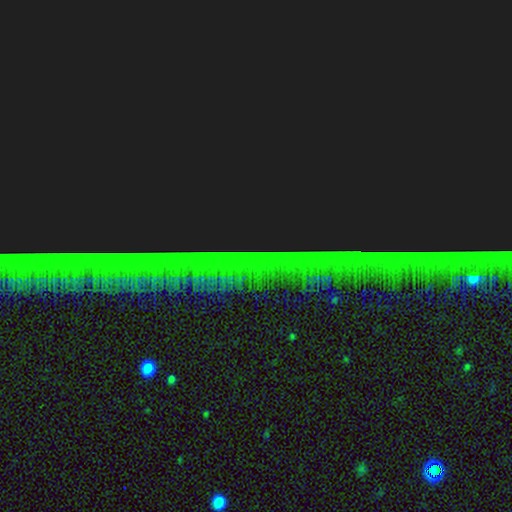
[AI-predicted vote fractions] Smooth or featured?
  - star or artifact: 87% *
  - featured or disk: 7%
  - smooth: 6%